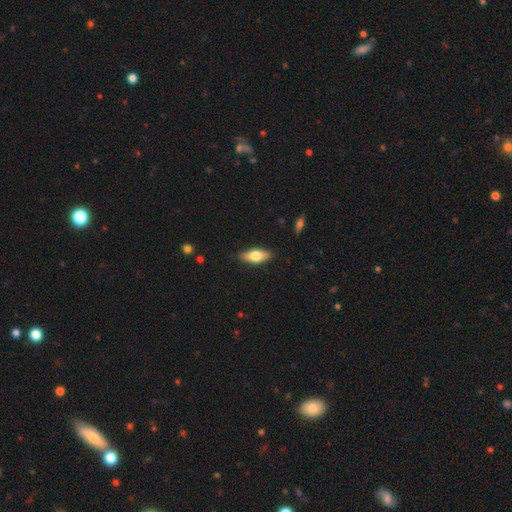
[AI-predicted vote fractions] smooth-or-featured: smooth: 66% | featured or disk: 28% | star or artifact: 6%
  how-rounded: in between: 75% | cigar-shaped: 23% | round: 3%
  merging: none: 85% | minor disturbance: 12% | major disturbance: 2% | merger: 1%